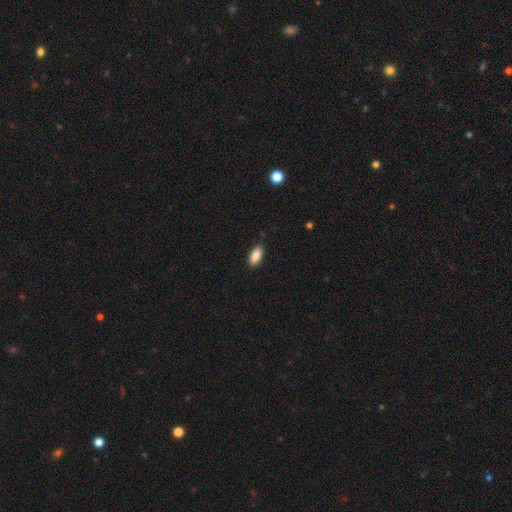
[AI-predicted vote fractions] A smooth galaxy with no disk features (88%) that is in between round and cigar-shaped (87%).

Vote fractions:
- Smooth or featured? smooth: 88% / star or artifact: 7% / featured or disk: 5%
- How rounded? in between: 87% / cigar-shaped: 11% / round: 2%
- Merging? none: 87% / minor disturbance: 10% / major disturbance: 2% / merger: 1%